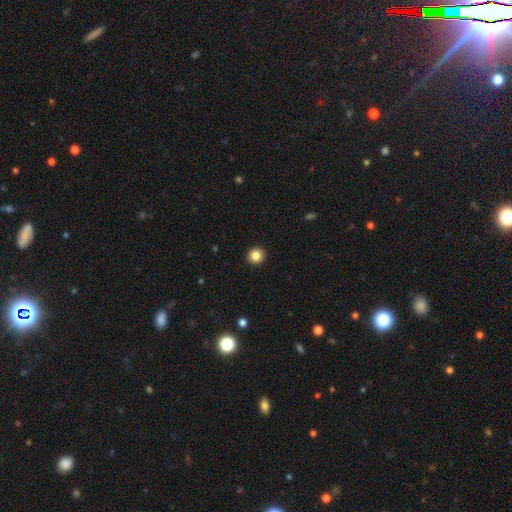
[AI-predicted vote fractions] Smooth or featured? smooth (86%)
How rounded? round (91%)
Merging? none (93%)